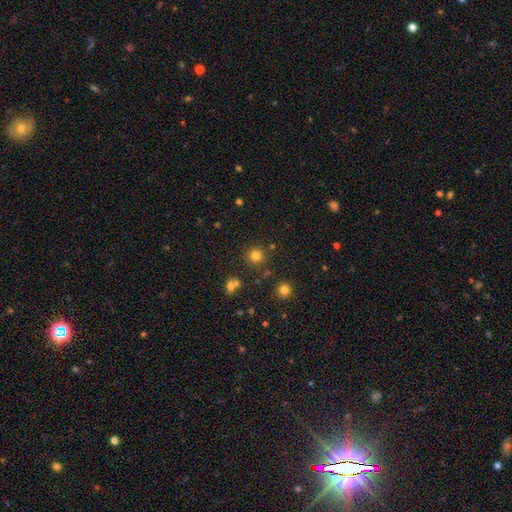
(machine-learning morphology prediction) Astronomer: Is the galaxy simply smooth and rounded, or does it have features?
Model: smooth — 78%.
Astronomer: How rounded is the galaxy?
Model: round — 94%.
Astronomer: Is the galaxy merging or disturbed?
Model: none — 83%.